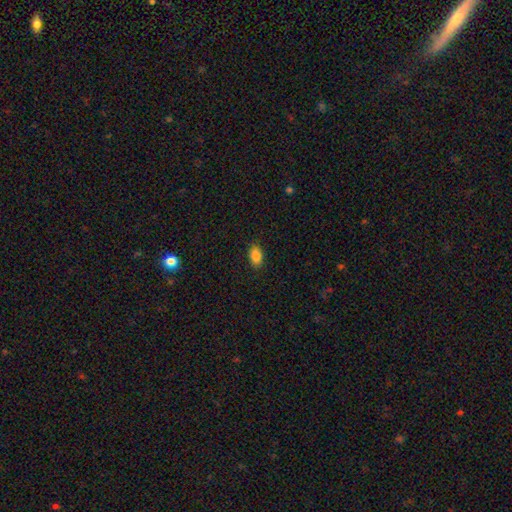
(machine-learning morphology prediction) smooth-or-featured: smooth: 86% | star or artifact: 8% | featured or disk: 6%
  how-rounded: in between: 89% | round: 9% | cigar-shaped: 2%
  merging: none: 88% | minor disturbance: 9% | major disturbance: 2% | merger: 1%